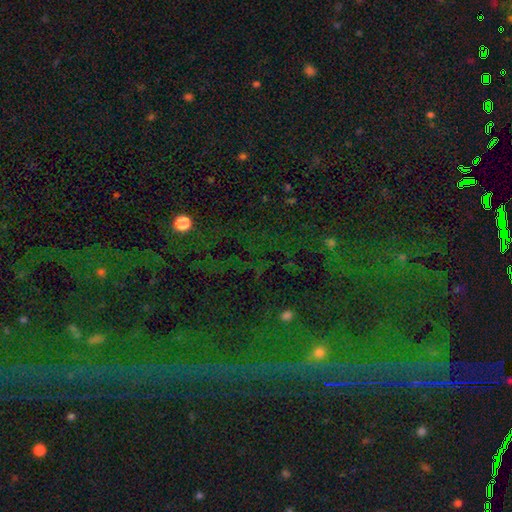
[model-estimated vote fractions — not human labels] A star or artifact, not a galaxy (79%).